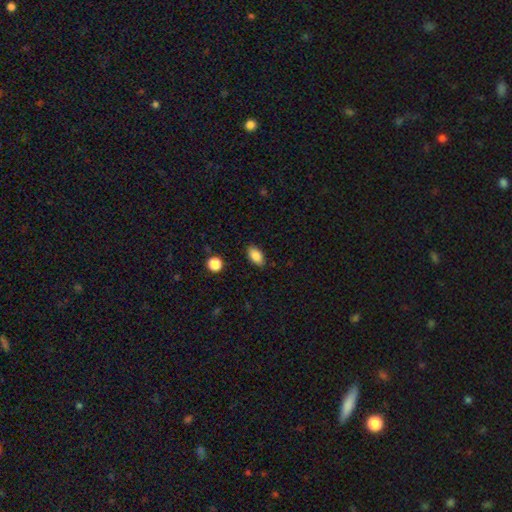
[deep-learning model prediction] Smooth or featured: smooth — 86% (star or artifact — 8%)
How rounded: in between — 91% (round — 6%)
Merging: none — 86% (minor disturbance — 10%)